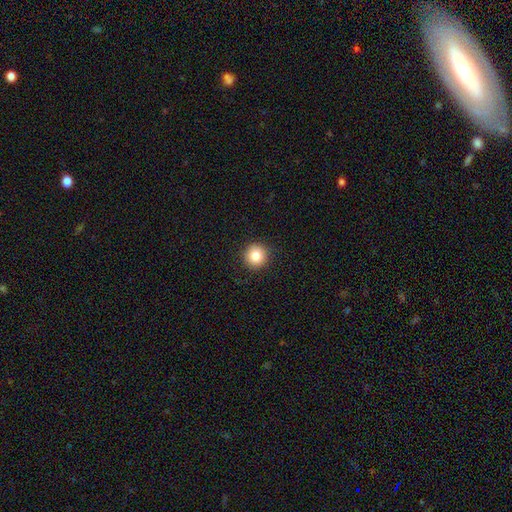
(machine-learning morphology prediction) smooth 82%, star or artifact 10%, featured or disk 8%. Down the decision tree: how rounded — round (95%); merging — none (92%).